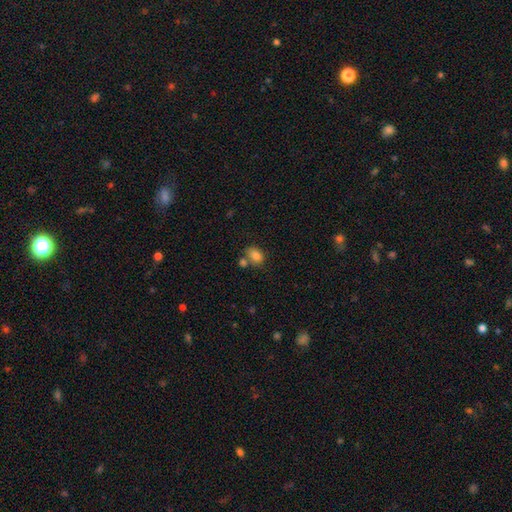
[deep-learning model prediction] Smooth or featured? Predicted: smooth (p=0.82). How rounded? Predicted: in between (p=0.71). Merging? Predicted: none (p=0.57).